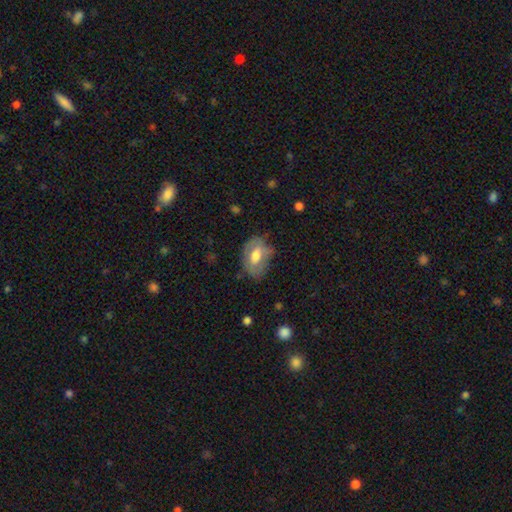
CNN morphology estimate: Smooth or featured? smooth (53%)
How rounded? in between (83%)
Merging? none (52%)